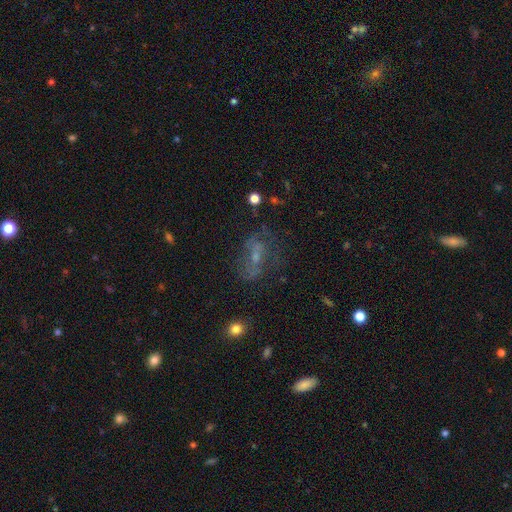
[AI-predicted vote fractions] This is possibly a featured or disk galaxy (50%). It is clearly not viewed edge-on (91%). Merging: possibly none (51%).